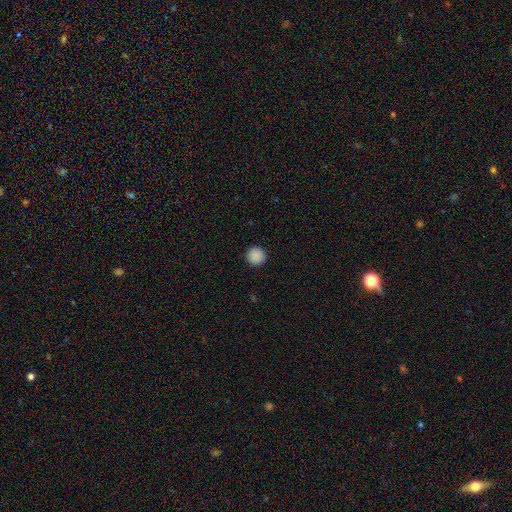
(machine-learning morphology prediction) Smooth or featured? smooth (89%)
How rounded? round (96%)
Merging? none (93%)